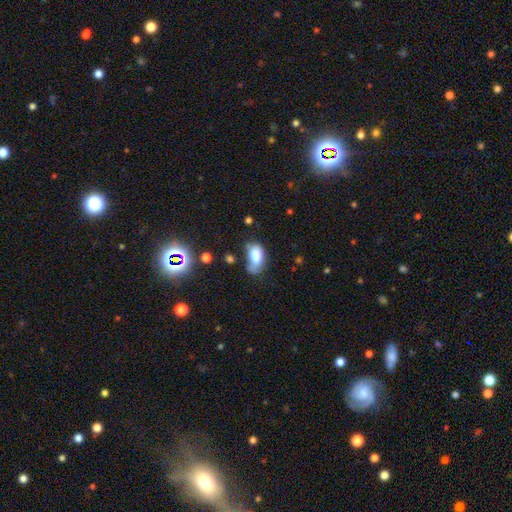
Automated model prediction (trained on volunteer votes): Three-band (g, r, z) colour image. It shows a smooth galaxy with no disk features (75%) that is in between round and cigar-shaped (92%). Merging: none (35%).